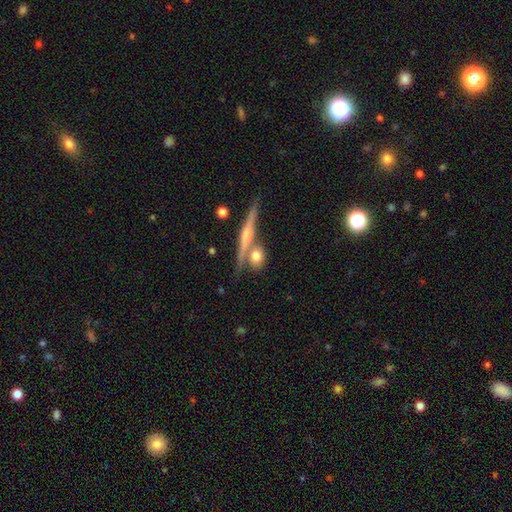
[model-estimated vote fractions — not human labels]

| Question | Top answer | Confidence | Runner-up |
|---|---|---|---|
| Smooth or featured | smooth | 58% | featured or disk (34%) |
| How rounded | round | 50% | in between (28%) |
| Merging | none | 57% | merger (26%) |